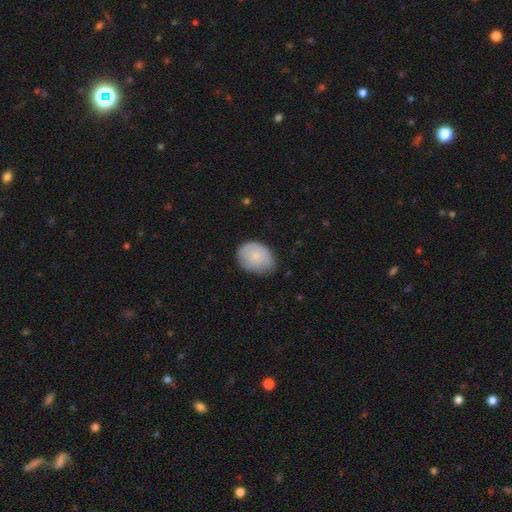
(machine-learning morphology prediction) This is likely a smooth galaxy (79%). How rounded: likely in between (64%). Merging: likely none (60%).